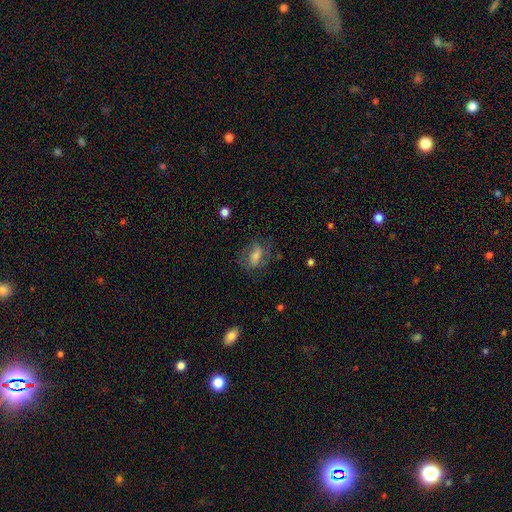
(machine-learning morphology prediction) Smooth or featured? featured or disk (47%)
Merging? none (66%)